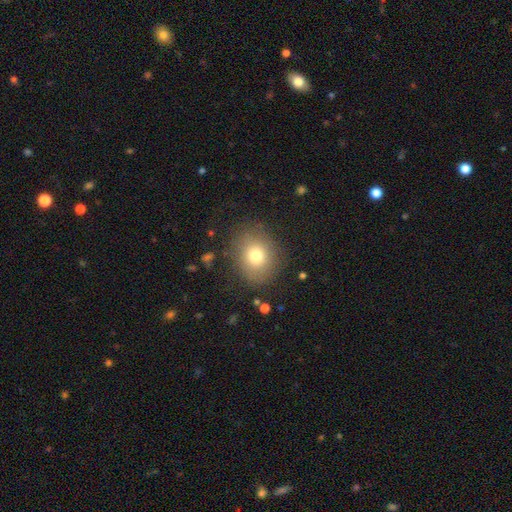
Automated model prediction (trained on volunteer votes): smooth 76%, featured or disk 12%, star or artifact 12%. Down the decision tree: how rounded — round (71%); merging — none (81%).